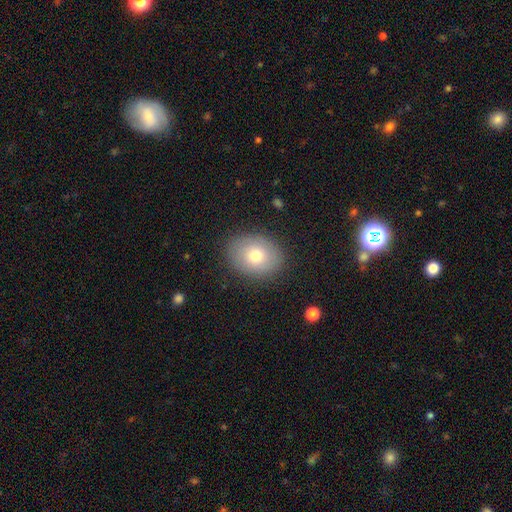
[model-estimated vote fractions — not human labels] Morphology: type=smooth (73%); roundness=in between (51%); merging=none (86%).